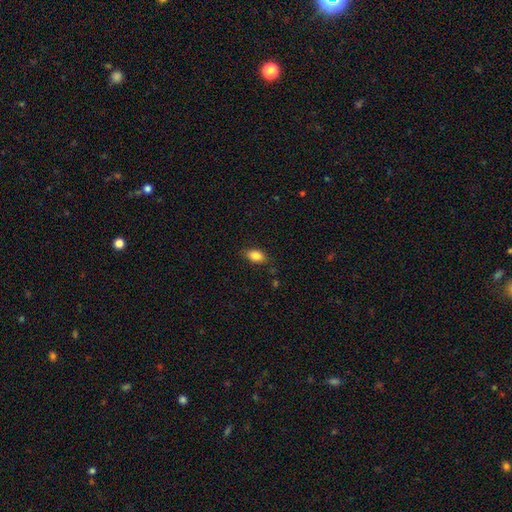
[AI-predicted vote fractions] This is clearly a smooth galaxy (85%). How rounded: clearly in between (89%). Merging: clearly none (83%).